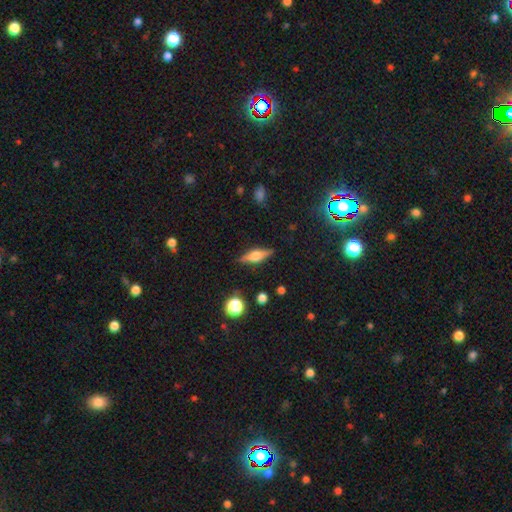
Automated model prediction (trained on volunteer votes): This is possibly a featured or disk galaxy (56%). It is clearly viewed edge-on (95%). Edge-on bulge: clearly rounded (86%). Merging: clearly none (87%).